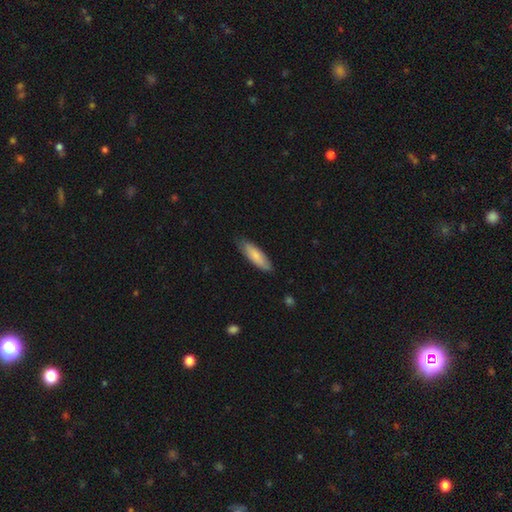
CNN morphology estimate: type=smooth (82%); roundness=cigar-shaped (50%); merging=none (82%).